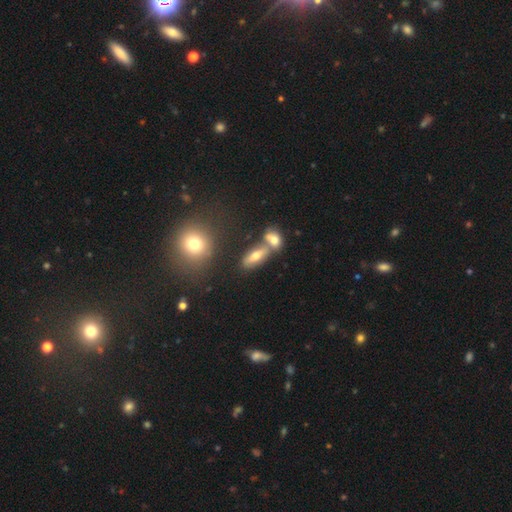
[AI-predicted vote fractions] Smooth or featured?
  - smooth: 54% *
  - featured or disk: 34%
  - star or artifact: 12%
How rounded?
  - in between: 67% *
  - cigar-shaped: 24%
  - round: 9%
Merging?
  - none: 55% *
  - merger: 30%
  - minor disturbance: 11%
  - major disturbance: 4%